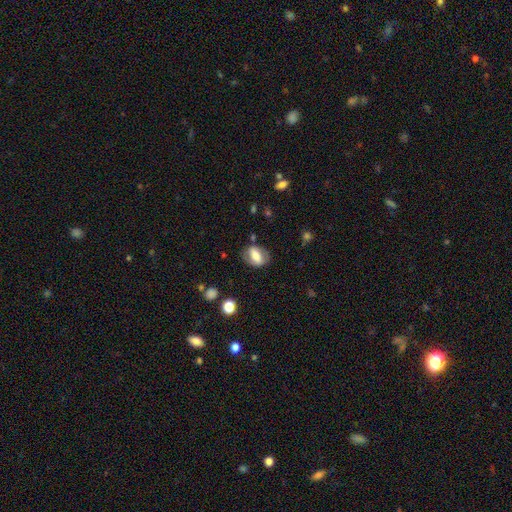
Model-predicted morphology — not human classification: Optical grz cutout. It shows a smooth galaxy with no disk features (62%) that is in between round and cigar-shaped (78%). Merging: none (74%).